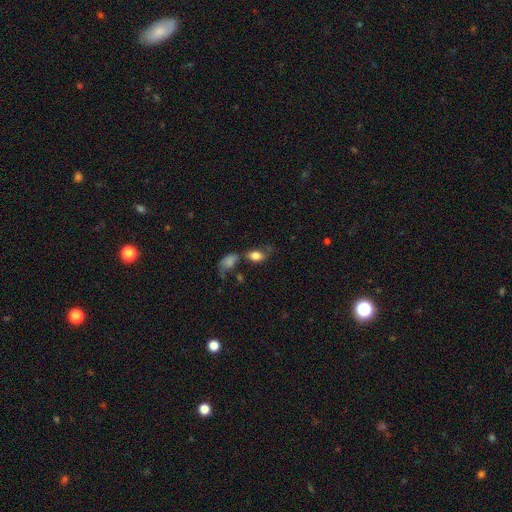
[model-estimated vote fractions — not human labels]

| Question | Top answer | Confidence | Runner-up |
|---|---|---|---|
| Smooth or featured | smooth | 77% | featured or disk (14%) |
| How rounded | in between | 87% | round (10%) |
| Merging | none | 41% | merger (22%) |